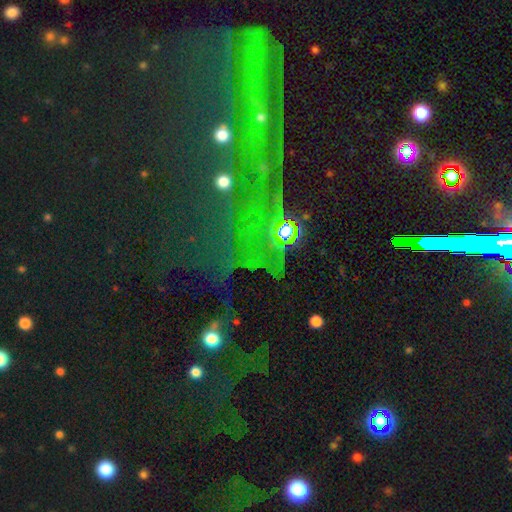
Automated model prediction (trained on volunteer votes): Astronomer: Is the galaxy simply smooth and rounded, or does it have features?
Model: star or artifact — 75%.